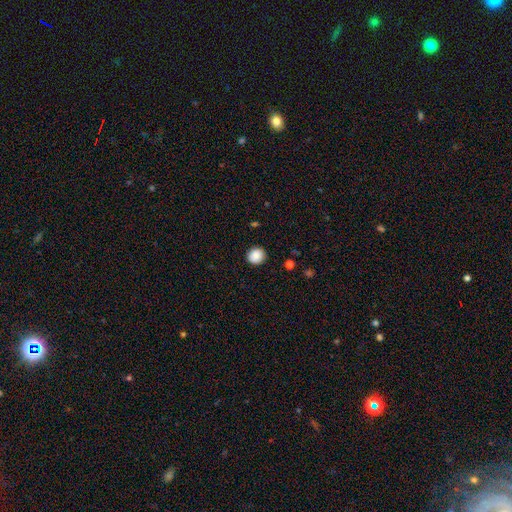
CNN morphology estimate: Overall: smooth (88%). How rounded: round (87%). Merging: none (90%).